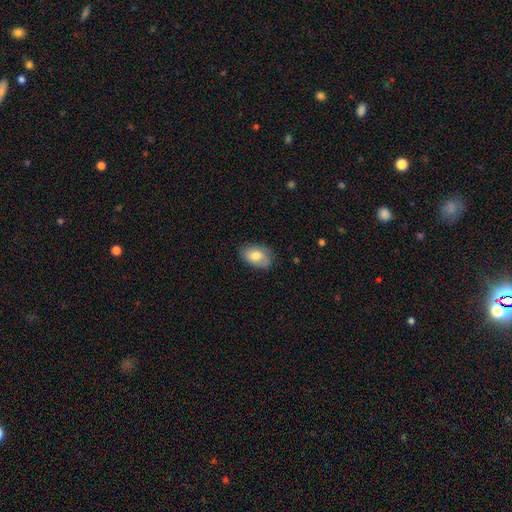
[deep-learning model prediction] smooth-or-featured: smooth: 75% | featured or disk: 18% | star or artifact: 7%
  how-rounded: in between: 89% | round: 10% | cigar-shaped: 1%
  merging: none: 76% | minor disturbance: 19% | major disturbance: 4% | merger: 1%